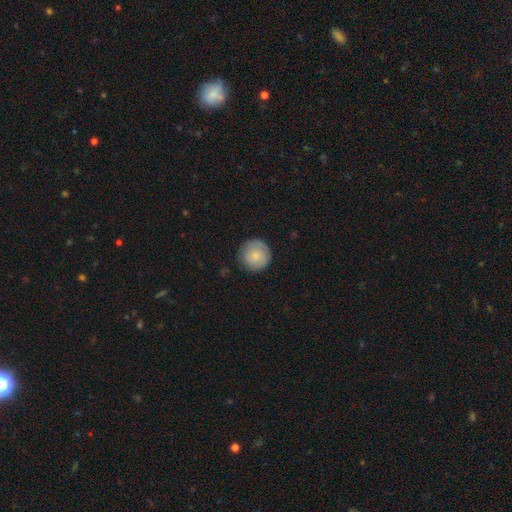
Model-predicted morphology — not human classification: smooth_or_featured: smooth (p=0.78) [alt: featured or disk p=0.16]
how_rounded: round (p=0.95) [alt: in between p=0.04]
merging: none (p=0.83) [alt: minor disturbance p=0.13]